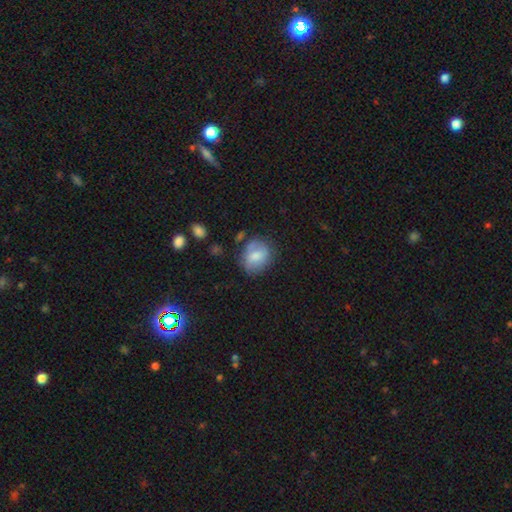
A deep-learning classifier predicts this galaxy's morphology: smooth-or-featured: smooth: 70% | featured or disk: 22% | star or artifact: 8%
  how-rounded: round: 50% | in between: 49% | cigar-shaped: 1%
  merging: none: 64% | minor disturbance: 24% | major disturbance: 8% | merger: 4%